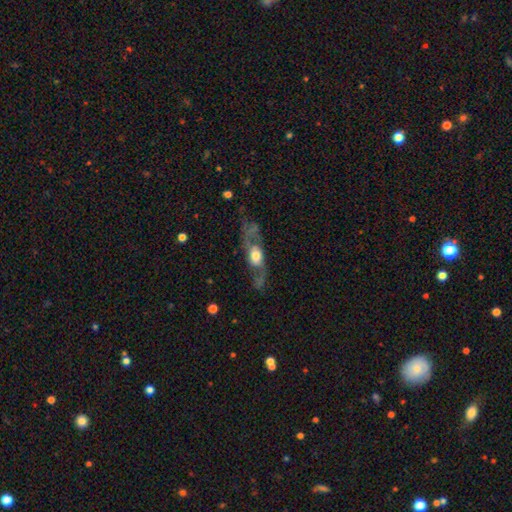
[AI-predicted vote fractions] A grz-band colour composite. It shows a featured or disk galaxy (66%). Merging: none (53%).